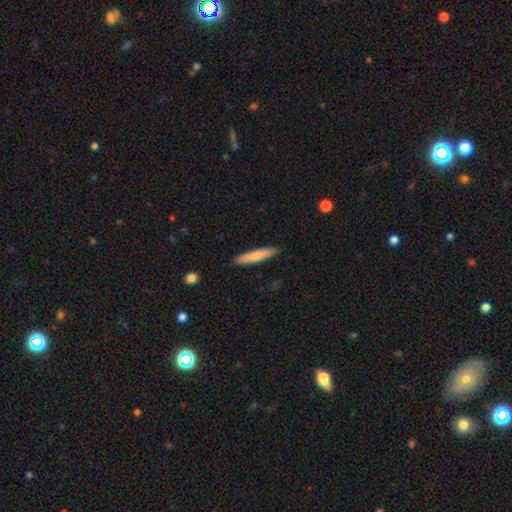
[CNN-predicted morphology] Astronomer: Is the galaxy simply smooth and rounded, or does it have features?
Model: smooth — 74%.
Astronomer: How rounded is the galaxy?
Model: cigar-shaped — 89%.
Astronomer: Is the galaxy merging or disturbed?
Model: none — 90%.